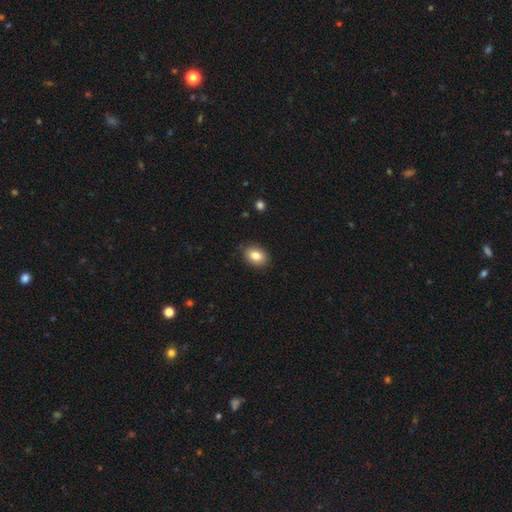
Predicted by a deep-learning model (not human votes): Smooth or featured? Predicted: smooth (p=0.83). How rounded? Predicted: in between (p=0.72). Merging? Predicted: none (p=0.86).